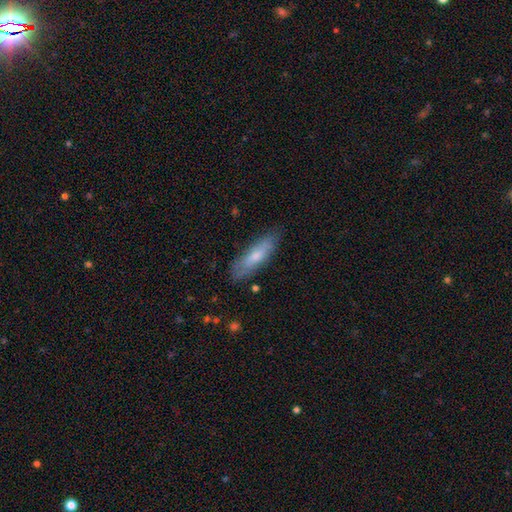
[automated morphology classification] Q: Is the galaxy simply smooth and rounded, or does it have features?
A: smooth — 66%.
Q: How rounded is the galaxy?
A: cigar-shaped — 56%.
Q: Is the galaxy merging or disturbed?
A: none — 79%.